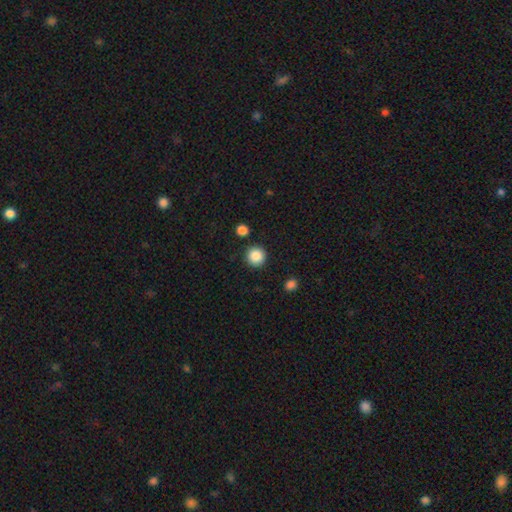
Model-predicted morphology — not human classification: Smooth or featured?
  - smooth: 87% *
  - star or artifact: 9%
  - featured or disk: 3%
How rounded?
  - round: 95% *
  - in between: 4%
  - cigar-shaped: 1%
Merging?
  - none: 90% *
  - minor disturbance: 5%
  - merger: 3%
  - major disturbance: 2%